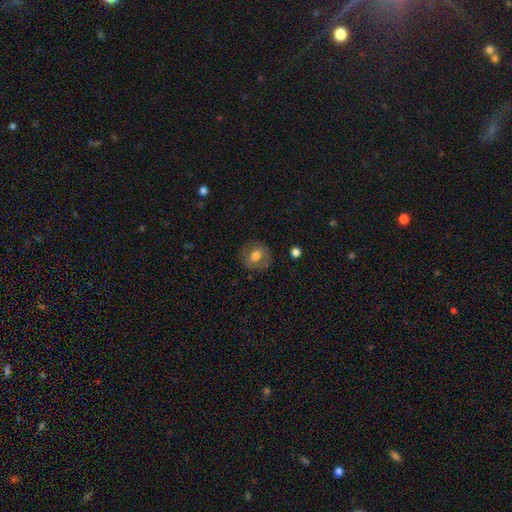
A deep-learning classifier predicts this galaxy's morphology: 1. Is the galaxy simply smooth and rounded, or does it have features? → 62% smooth, 30% featured or disk, 9% star or artifact.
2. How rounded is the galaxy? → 78% round, 21% in between, 1% cigar-shaped.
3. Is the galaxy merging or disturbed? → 81% none, 13% minor disturbance, 5% major disturbance, 1% merger.